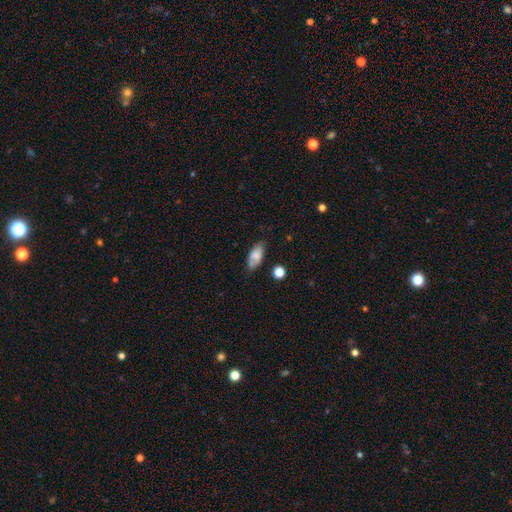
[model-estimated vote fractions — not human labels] Morphology: type=smooth (71%); roundness=in between (84%); merging=none (66%).